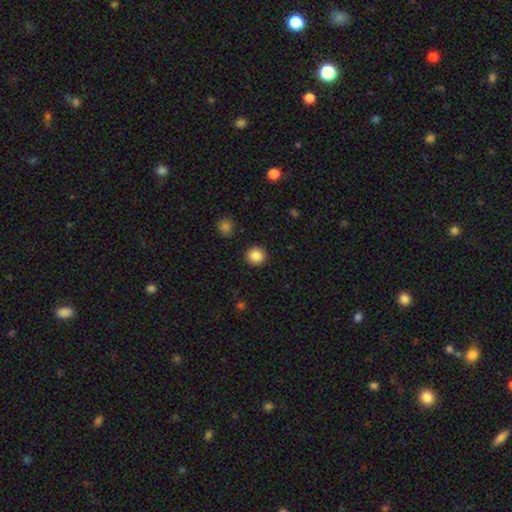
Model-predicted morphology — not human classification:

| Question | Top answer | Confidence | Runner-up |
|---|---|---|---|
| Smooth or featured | smooth | 87% | star or artifact (9%) |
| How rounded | round | 91% | in between (8%) |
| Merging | none | 92% | minor disturbance (5%) |